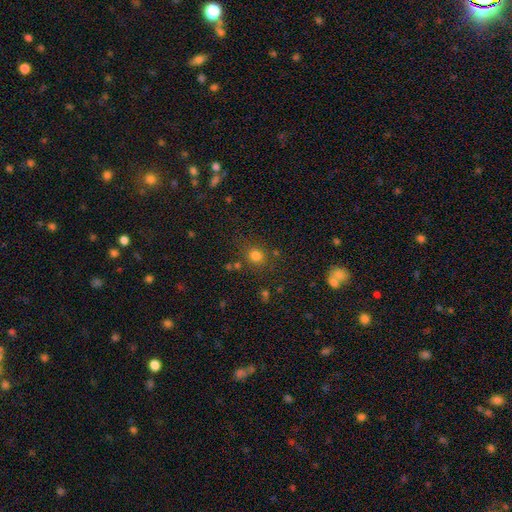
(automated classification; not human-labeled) A smooth galaxy with no disk features (78%) that is round (80%).

Vote fractions:
- Smooth or featured? smooth: 78% / star or artifact: 16% / featured or disk: 6%
- How rounded? round: 80% / in between: 19% / cigar-shaped: 1%
- Merging? none: 77% / minor disturbance: 12% / merger: 6% / major disturbance: 5%